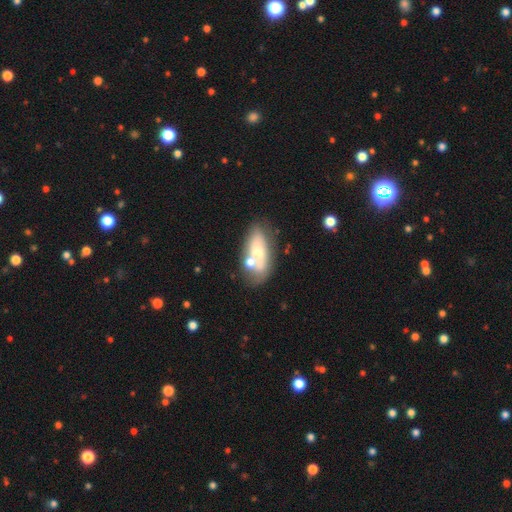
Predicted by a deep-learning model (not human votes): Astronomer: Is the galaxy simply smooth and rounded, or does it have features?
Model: smooth — 50% (runner-up: featured or disk, 42%).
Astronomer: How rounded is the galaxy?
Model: in between — 84%.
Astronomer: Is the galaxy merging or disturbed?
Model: none — 49% (runner-up: merger, 27%).